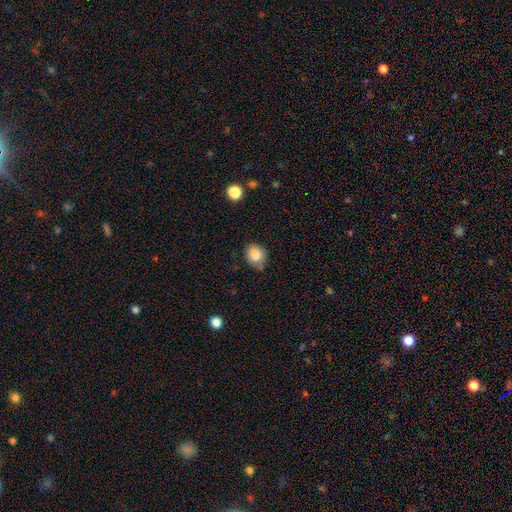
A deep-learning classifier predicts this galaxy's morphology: A smooth galaxy with no disk features (82%) that is round (54%). Merging: none (72%).